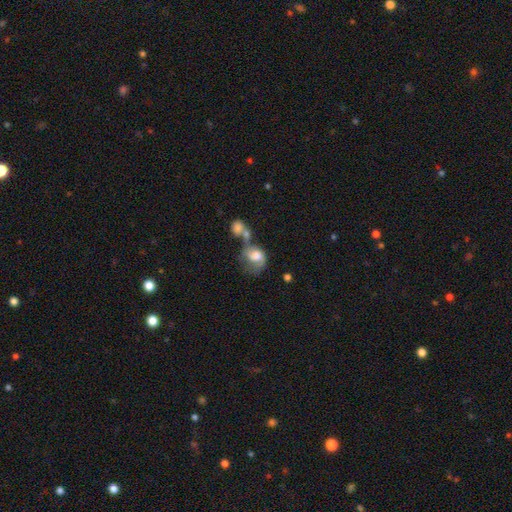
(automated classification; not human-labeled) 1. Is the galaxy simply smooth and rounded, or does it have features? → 54% smooth, 37% featured or disk, 9% star or artifact.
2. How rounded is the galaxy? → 56% in between, 43% round, 2% cigar-shaped.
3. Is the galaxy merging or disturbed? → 47% merger, 24% major disturbance, 16% none, 13% minor disturbance.